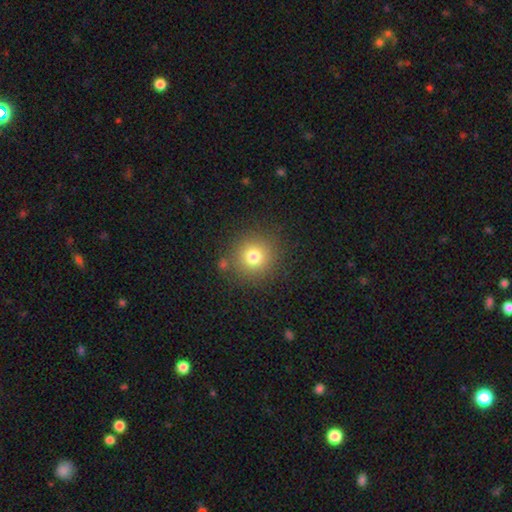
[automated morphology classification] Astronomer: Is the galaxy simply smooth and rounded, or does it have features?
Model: smooth — 67%.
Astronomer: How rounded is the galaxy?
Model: round — 94%.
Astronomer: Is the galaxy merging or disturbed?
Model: none — 90%.